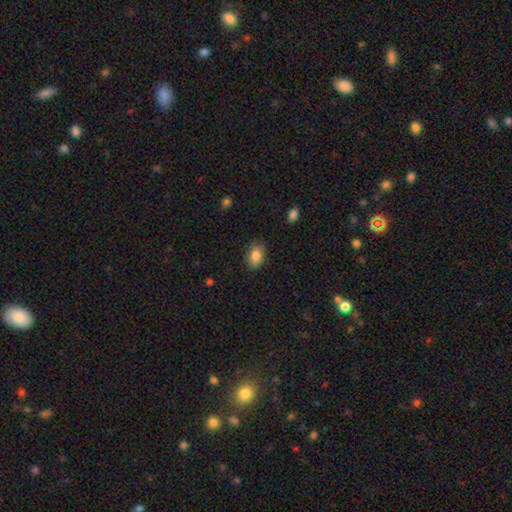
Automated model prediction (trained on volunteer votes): Smooth or featured?
  - smooth: 84% *
  - featured or disk: 8%
  - star or artifact: 8%
How rounded?
  - in between: 86% *
  - round: 13%
  - cigar-shaped: 1%
Merging?
  - none: 84% *
  - minor disturbance: 12%
  - major disturbance: 3%
  - merger: 1%